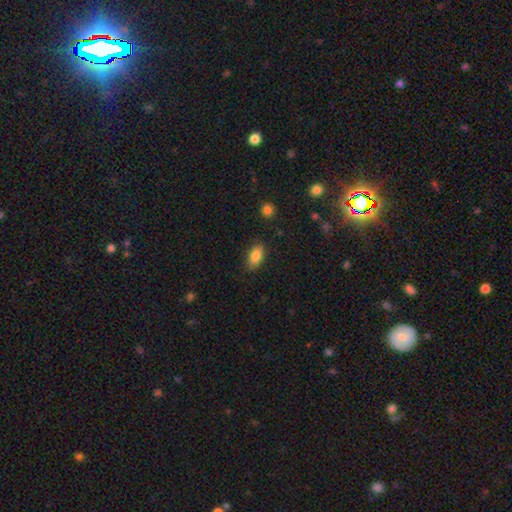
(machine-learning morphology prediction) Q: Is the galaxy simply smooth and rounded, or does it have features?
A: smooth — 85%.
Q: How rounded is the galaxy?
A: in between — 89%.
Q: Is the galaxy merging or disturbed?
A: none — 83%.